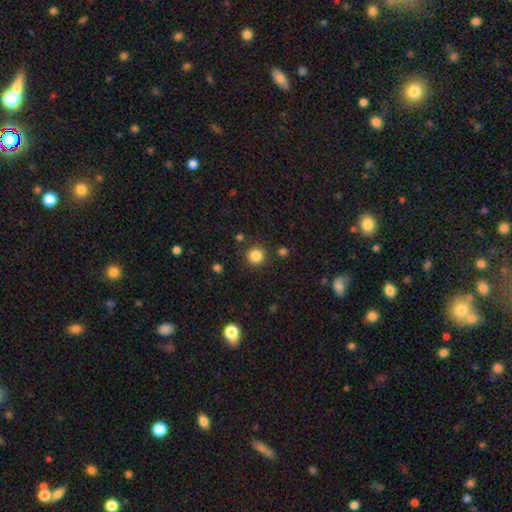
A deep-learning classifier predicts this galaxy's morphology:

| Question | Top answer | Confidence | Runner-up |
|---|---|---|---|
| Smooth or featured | smooth | 84% | star or artifact (12%) |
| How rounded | round | 94% | in between (5%) |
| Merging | none | 89% | minor disturbance (6%) |